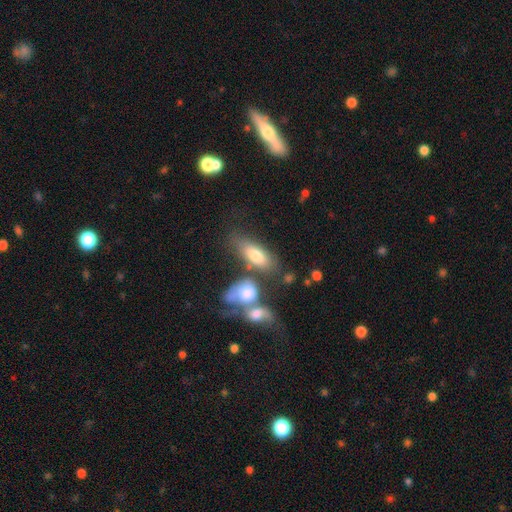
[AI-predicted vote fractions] The model was most divided on "merging": none: 43%, merger: 33%, minor disturbance: 15%, major disturbance: 9%. More confident: how rounded — in between (81%); smooth or featured — smooth (70%).